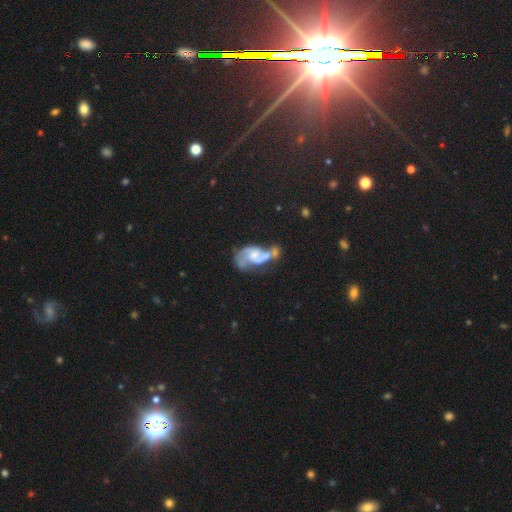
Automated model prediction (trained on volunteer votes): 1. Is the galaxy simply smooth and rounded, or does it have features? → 76% featured or disk, 16% smooth, 8% star or artifact.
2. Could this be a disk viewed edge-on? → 97% no, 3% yes.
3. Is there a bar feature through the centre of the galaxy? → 56% no, 36% weak, 8% strong.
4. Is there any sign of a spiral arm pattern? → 86% yes, 14% no.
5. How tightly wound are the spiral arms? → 44% medium, 39% loose, 17% tight.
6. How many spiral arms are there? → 78% 2, 9% can't tell, 6% 1, 4% 3, 1% 4, 1% more than 4.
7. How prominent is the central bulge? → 36% small, 33% moderate, 21% none, 8% large, 2% dominant.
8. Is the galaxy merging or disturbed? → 38% merger, 25% major disturbance, 20% none, 17% minor disturbance.